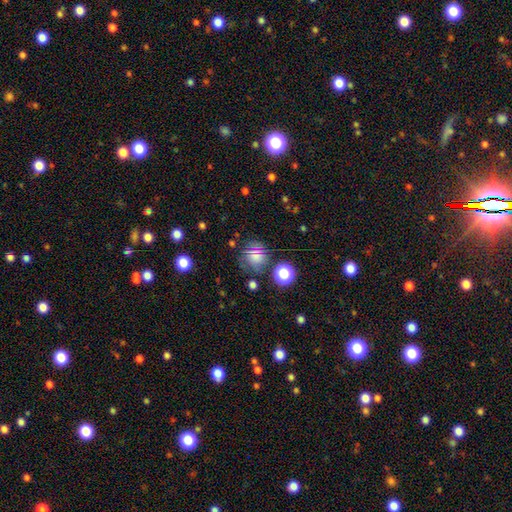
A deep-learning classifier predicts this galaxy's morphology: Smooth or featured?
  - smooth: 64% *
  - star or artifact: 22%
  - featured or disk: 14%
How rounded?
  - round: 84% *
  - in between: 15%
  - cigar-shaped: 1%
Merging?
  - none: 68% *
  - minor disturbance: 17%
  - major disturbance: 8%
  - merger: 7%